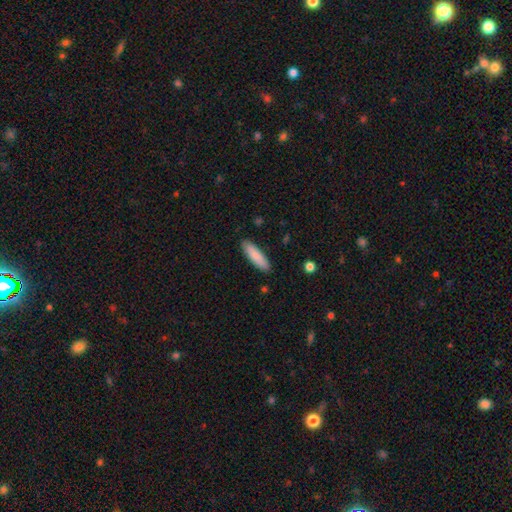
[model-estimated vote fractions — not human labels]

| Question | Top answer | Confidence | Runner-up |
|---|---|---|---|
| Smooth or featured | smooth | 85% | featured or disk (9%) |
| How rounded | cigar-shaped | 60% | in between (38%) |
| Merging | none | 88% | minor disturbance (9%) |